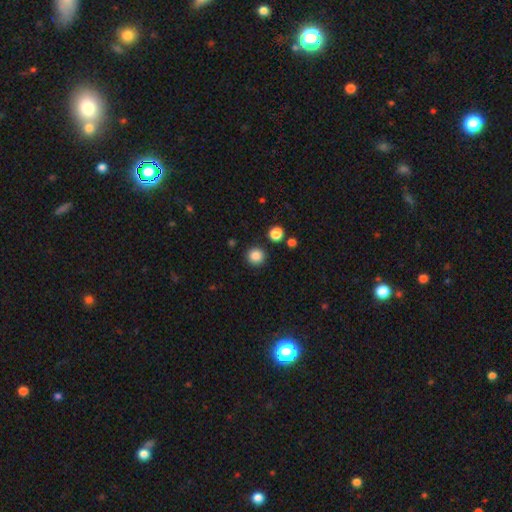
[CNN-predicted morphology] smooth-or-featured: smooth: 86% | star or artifact: 11% | featured or disk: 3%
  how-rounded: round: 94% | in between: 6% | cigar-shaped: 1%
  merging: none: 90% | minor disturbance: 6% | merger: 2% | major disturbance: 2%